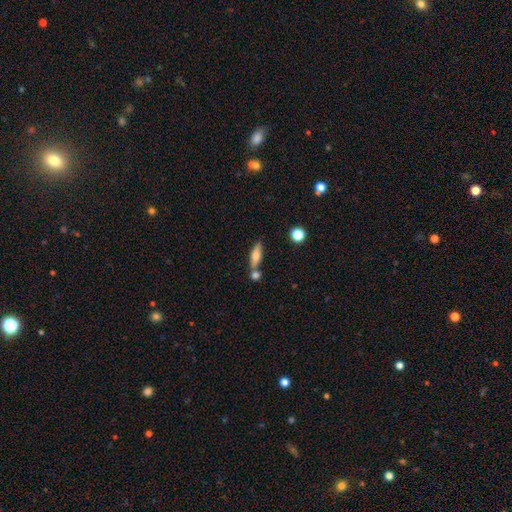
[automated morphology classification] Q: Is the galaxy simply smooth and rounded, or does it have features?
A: smooth — 67%.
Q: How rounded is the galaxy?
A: cigar-shaped — 51%.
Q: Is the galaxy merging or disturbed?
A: none — 59%.